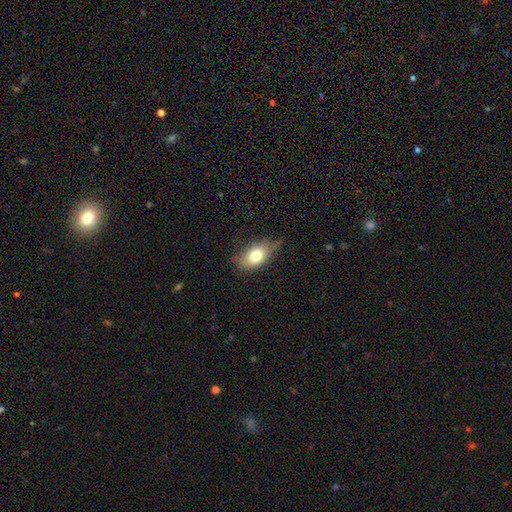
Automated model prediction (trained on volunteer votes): A smooth galaxy with no disk features (76%) that is in between round and cigar-shaped (87%). Merging: none (62%).